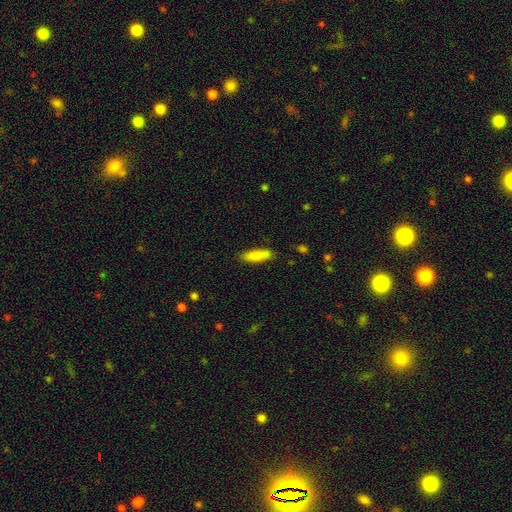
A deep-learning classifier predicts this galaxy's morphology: type=smooth (84%); roundness=cigar-shaped (54%); merging=none (80%).